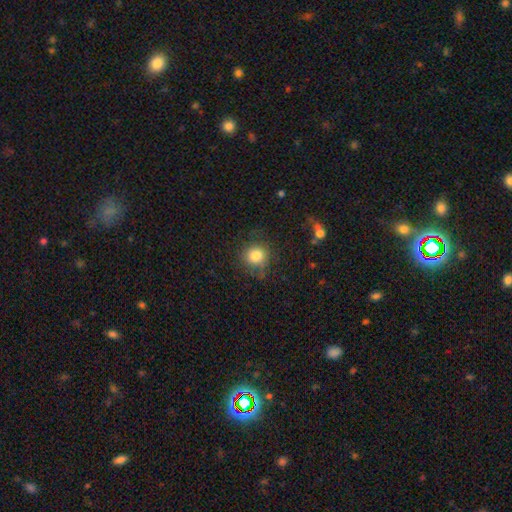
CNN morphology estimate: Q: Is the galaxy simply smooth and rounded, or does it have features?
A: smooth — 81%.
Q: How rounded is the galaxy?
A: round — 87%.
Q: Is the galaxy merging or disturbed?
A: none — 73%.